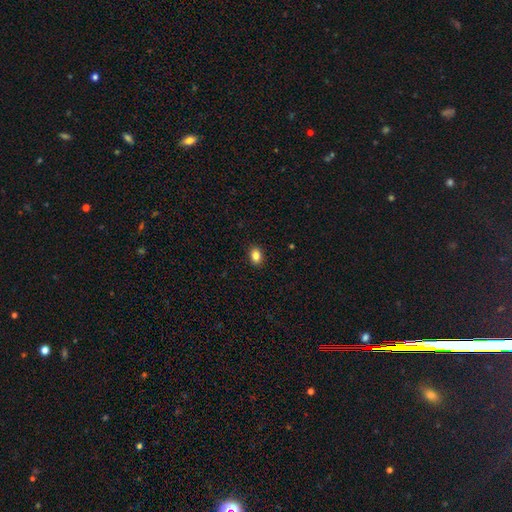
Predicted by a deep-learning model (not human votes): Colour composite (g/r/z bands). It shows a smooth galaxy with no disk features (86%) that is in between round and cigar-shaped (70%). Merging: none (90%).